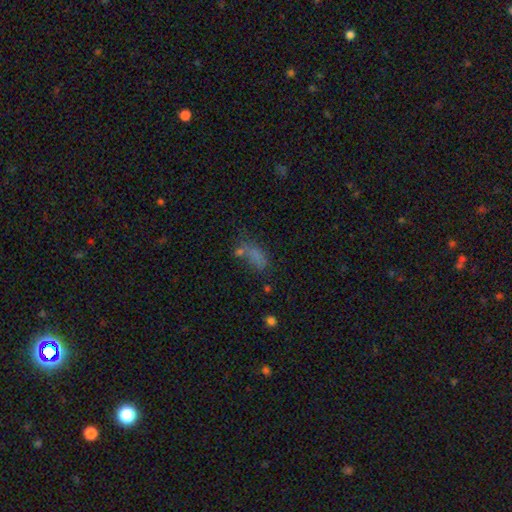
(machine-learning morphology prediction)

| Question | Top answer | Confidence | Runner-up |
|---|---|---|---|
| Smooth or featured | smooth | 67% | star or artifact (19%) |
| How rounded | in between | 80% | cigar-shaped (14%) |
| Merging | none | 40% | major disturbance (21%) |